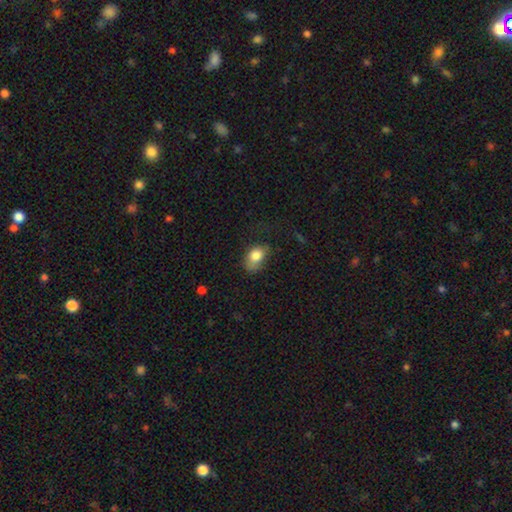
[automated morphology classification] Overall: smooth (81%). How rounded: in between (77%). Merging: none (41%; minor disturbance 34%).